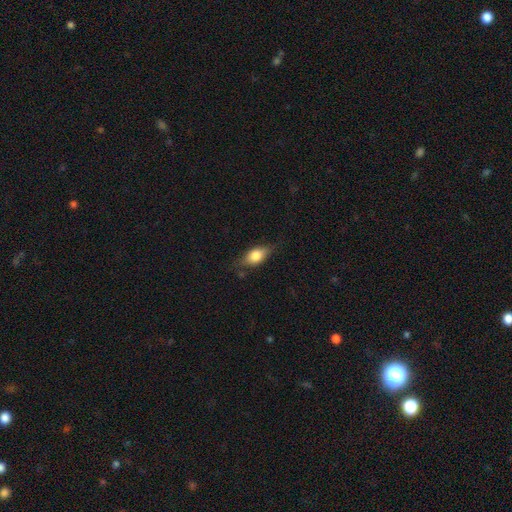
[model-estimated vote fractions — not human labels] smooth_or_featured: smooth (p=0.70) [alt: featured or disk p=0.23]
how_rounded: in between (p=0.81) [alt: cigar-shaped p=0.11]
merging: none (p=0.71) [alt: minor disturbance p=0.22]